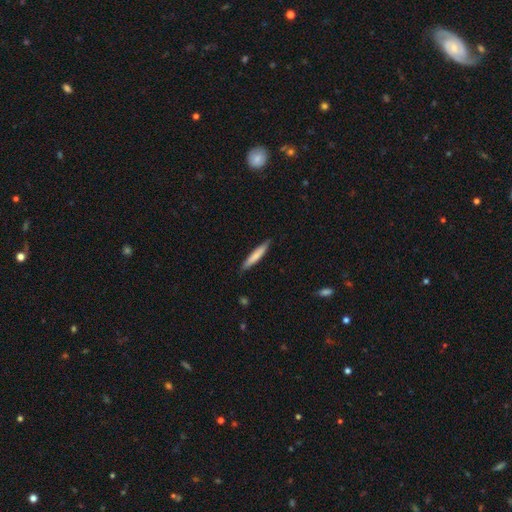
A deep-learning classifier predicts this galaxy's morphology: Smooth or featured? Predicted: smooth (p=0.73). How rounded? Predicted: cigar-shaped (p=0.93). Merging? Predicted: none (p=0.88).